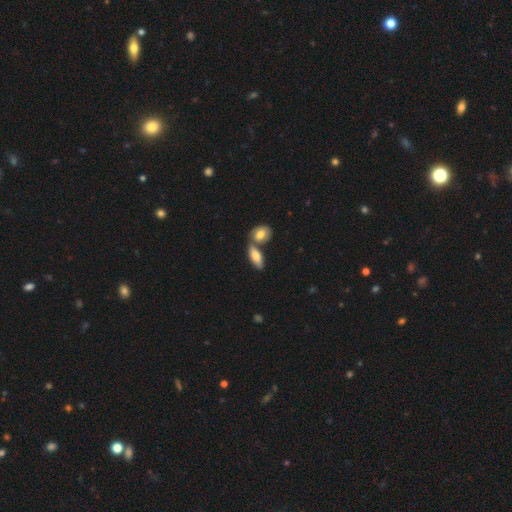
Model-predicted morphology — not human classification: smooth_or_featured: smooth (p=0.72) [alt: featured or disk p=0.22]
how_rounded: in between (p=0.76) [alt: cigar-shaped p=0.20]
merging: none (p=0.47) [alt: merger p=0.40]